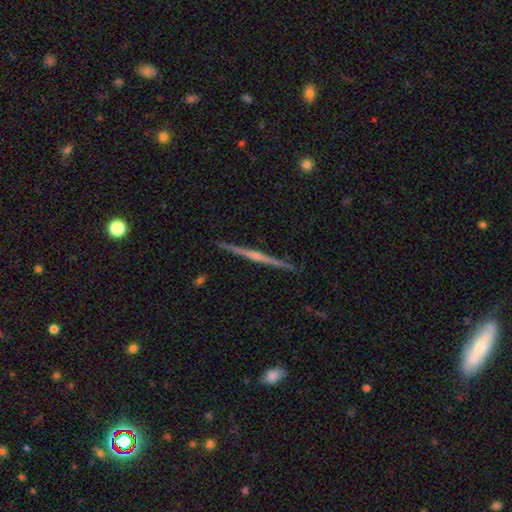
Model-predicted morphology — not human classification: Overall: featured or disk (78%). Edge-on disk: yes (98%). Edge-on bulge: rounded (73%). Merging: none (91%).